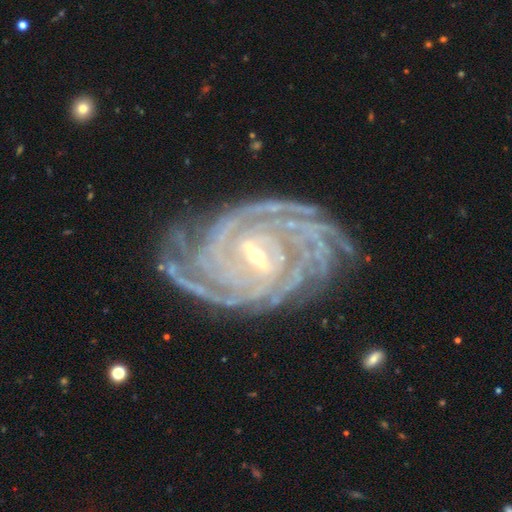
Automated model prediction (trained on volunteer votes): A featured or disk galaxy (92%) with a weak bar (44%), 4 (28%) tight (84%) spiral arms (99%) and a small central bulge (62%).

Vote fractions:
- Smooth or featured? featured or disk: 92% / star or artifact: 5% / smooth: 3%
- Edge-on disk? no: 97% / yes: 3%
- Bar? weak: 44% / strong: 38% / no: 18%
- Spiral arms? yes: 99% / no: 1%
- Spiral winding? tight: 84% / medium: 14% / loose: 2%
- Spiral arm count? 4: 28% / more than 4: 26% / can't tell: 14% / 3: 14% / 2: 10% / 1: 8%
- Bulge size? small: 62% / moderate: 35% / large: 1% / none: 1% / dominant: 1%
- Merging? none: 76% / minor disturbance: 17% / major disturbance: 5% / merger: 2%